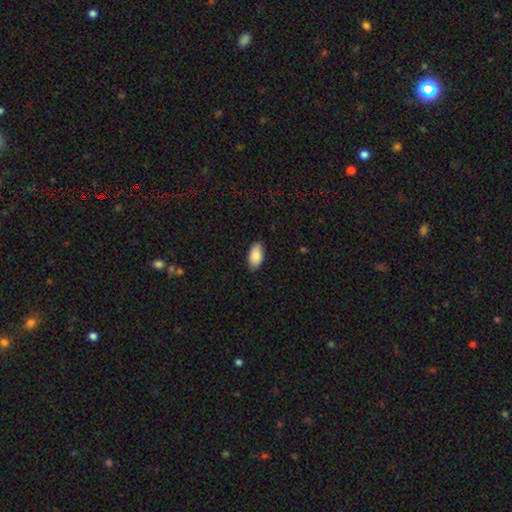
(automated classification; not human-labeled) This is clearly a smooth galaxy (88%). How rounded: clearly in between (95%). Merging: clearly none (86%).